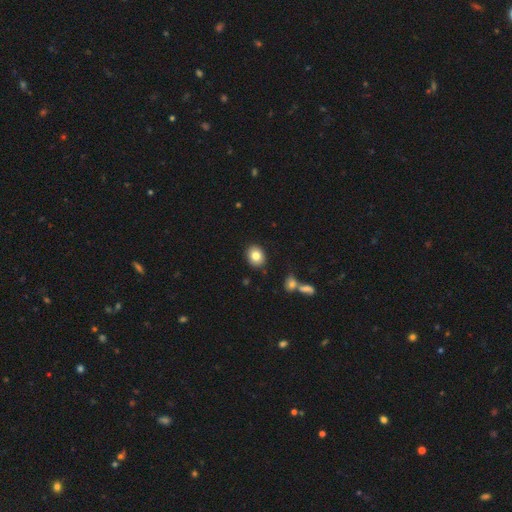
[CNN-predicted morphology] Smooth or featured?
  - smooth: 82% *
  - featured or disk: 9%
  - star or artifact: 9%
How rounded?
  - round: 52% *
  - in between: 47%
  - cigar-shaped: 1%
Merging?
  - none: 88% *
  - minor disturbance: 8%
  - merger: 2%
  - major disturbance: 2%